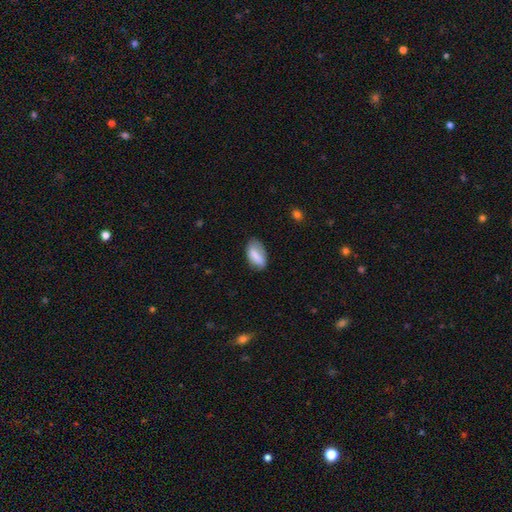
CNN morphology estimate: Overall: smooth (78%). How rounded: in between (90%). Merging: none (69%).